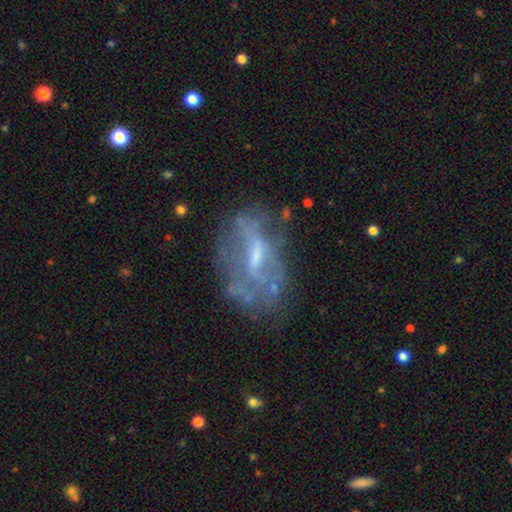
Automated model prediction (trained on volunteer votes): Smooth or featured?
  - featured or disk: 66% *
  - smooth: 23%
  - star or artifact: 11%
Edge-on disk?
  - no: 92% *
  - yes: 8%
Bar?
  - weak: 45% *
  - no: 35%
  - strong: 20%
Spiral arms?
  - no: 65% *
  - yes: 35%
Bulge size?
  - small: 42% *
  - moderate: 39%
  - none: 16%
  - large: 3%
  - dominant: 1%
Merging?
  - none: 52% *
  - minor disturbance: 22%
  - major disturbance: 20%
  - merger: 5%